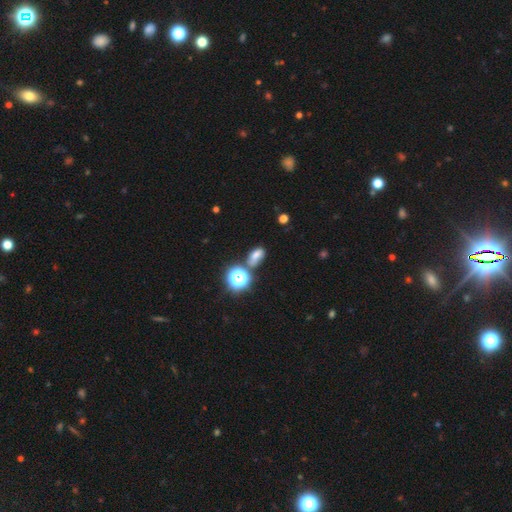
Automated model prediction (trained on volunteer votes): Smooth or featured?
  - smooth: 64% *
  - star or artifact: 25%
  - featured or disk: 11%
How rounded?
  - in between: 78% *
  - round: 18%
  - cigar-shaped: 4%
Merging?
  - none: 61% *
  - minor disturbance: 18%
  - merger: 13%
  - major disturbance: 7%